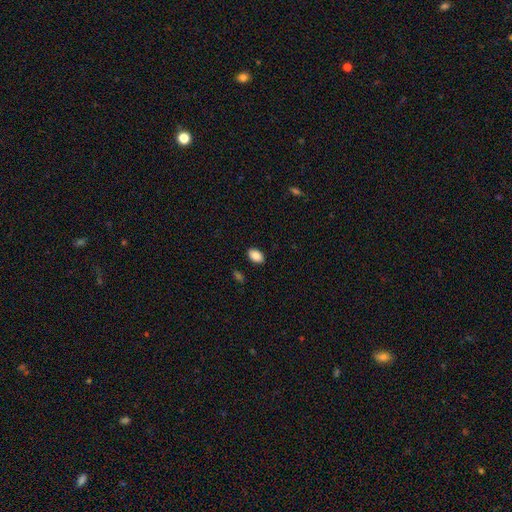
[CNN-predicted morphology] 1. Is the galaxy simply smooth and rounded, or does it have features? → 89% smooth, 8% star or artifact, 4% featured or disk.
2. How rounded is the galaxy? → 90% in between, 9% round, 1% cigar-shaped.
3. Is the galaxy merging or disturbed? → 88% none, 8% minor disturbance, 2% major disturbance, 1% merger.